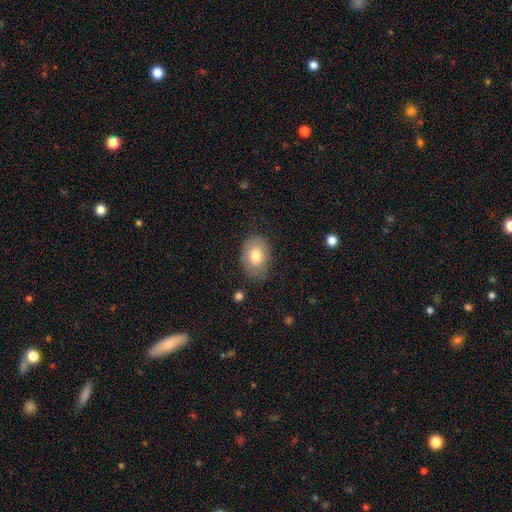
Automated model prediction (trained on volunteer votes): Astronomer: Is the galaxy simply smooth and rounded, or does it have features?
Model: smooth — 77%.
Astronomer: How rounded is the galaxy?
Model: in between — 73%.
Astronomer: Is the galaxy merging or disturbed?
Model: none — 79%.